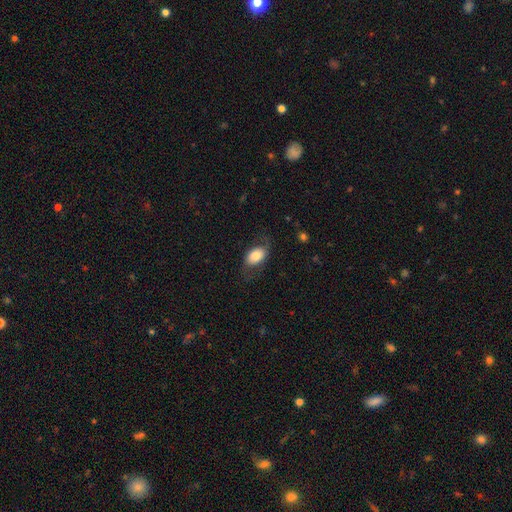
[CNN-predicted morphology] A smooth galaxy with no disk features (66%) that is in between round and cigar-shaped (88%). Merging: none (66%).